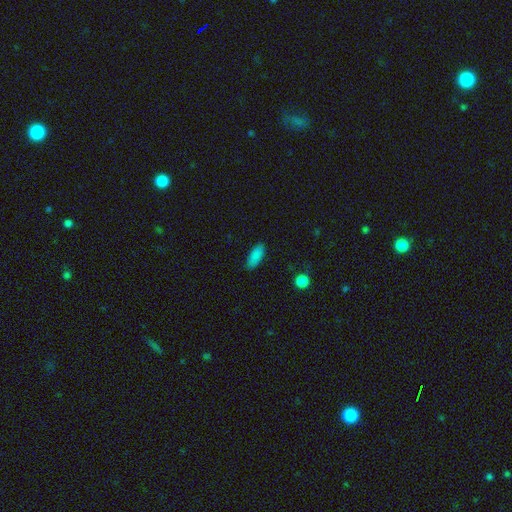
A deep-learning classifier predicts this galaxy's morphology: This appears to be a smooth galaxy with no disk features (88%) that is in between round and cigar-shaped (78%). Merging: none (86%).